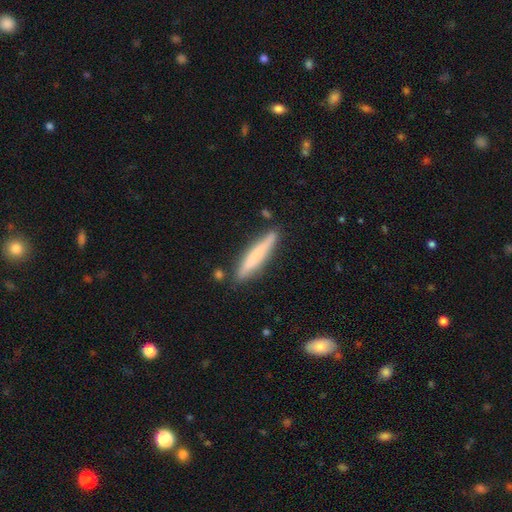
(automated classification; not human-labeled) Morphology: type=smooth (62%); roundness=cigar-shaped (92%); merging=none (82%).